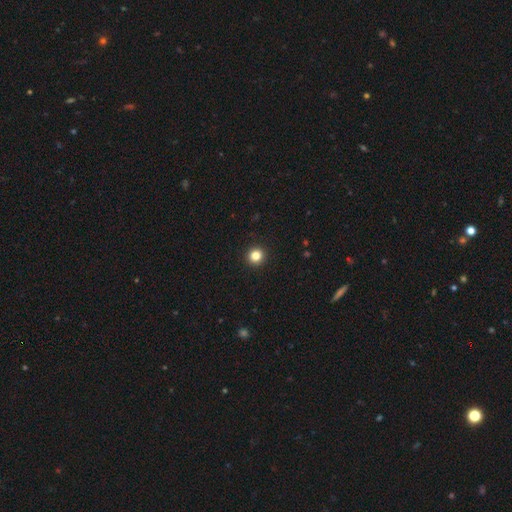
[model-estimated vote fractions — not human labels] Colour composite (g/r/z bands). It shows a smooth galaxy with no disk features (83%) that is round (94%). Merging: none (94%).